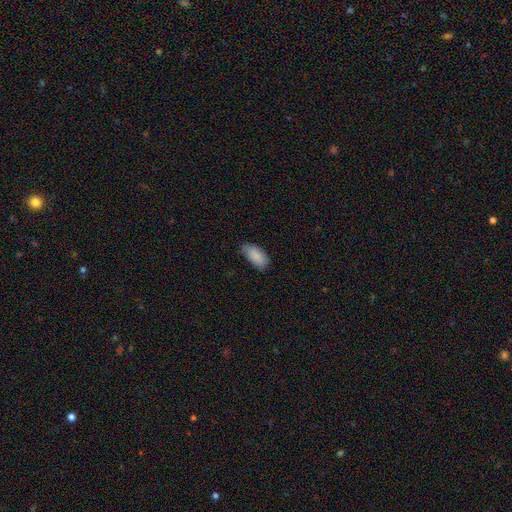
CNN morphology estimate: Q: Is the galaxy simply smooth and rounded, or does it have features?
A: smooth — 89%.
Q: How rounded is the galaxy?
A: in between — 93%.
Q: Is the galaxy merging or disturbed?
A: none — 69%.